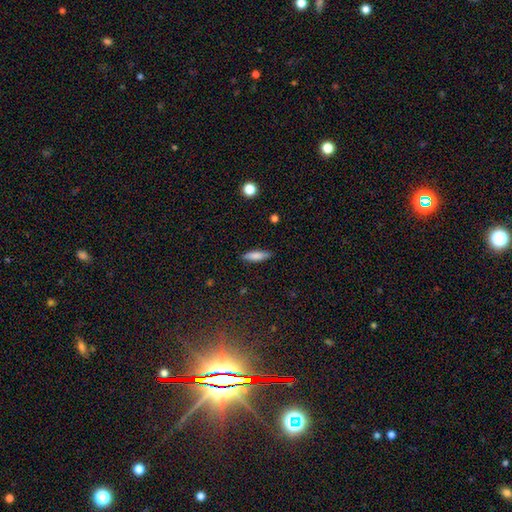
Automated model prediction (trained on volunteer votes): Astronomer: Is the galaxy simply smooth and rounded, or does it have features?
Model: smooth — 82%.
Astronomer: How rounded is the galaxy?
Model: cigar-shaped — 56% (runner-up: in between, 42%).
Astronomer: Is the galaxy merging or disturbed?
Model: none — 86%.